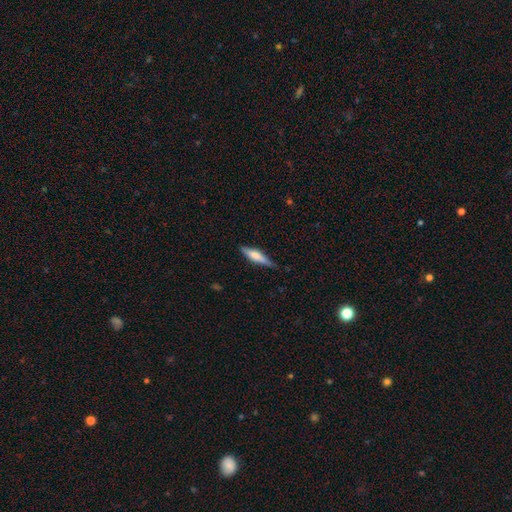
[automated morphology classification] This appears to be a smooth galaxy with no disk features (60%) that is cigar-shaped (73%). Merging: none (76%).